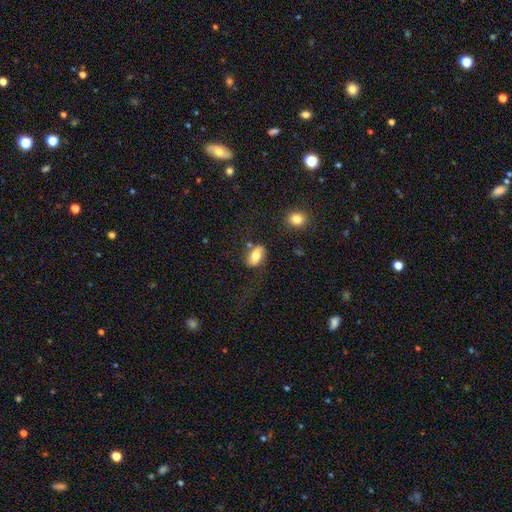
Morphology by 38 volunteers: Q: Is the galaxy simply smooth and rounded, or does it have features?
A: smooth — 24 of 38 (63%).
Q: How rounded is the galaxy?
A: in between — 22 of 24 (92%).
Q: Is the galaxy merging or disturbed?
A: none — 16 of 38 (42%).